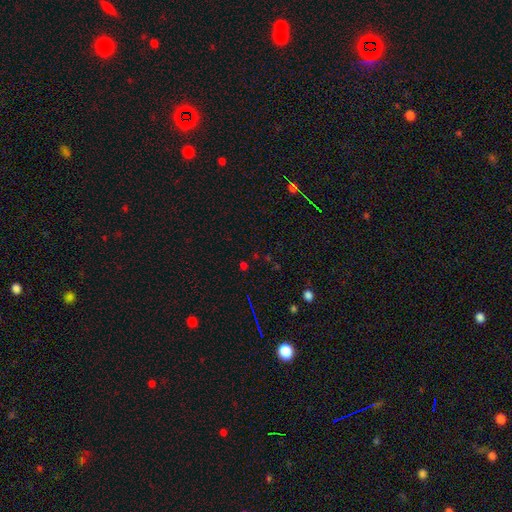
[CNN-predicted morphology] The model was most divided on "smooth or featured": star or artifact: 59%, smooth: 32%, featured or disk: 8%.